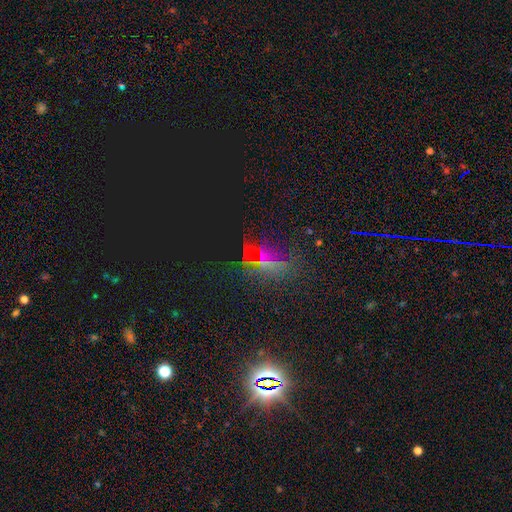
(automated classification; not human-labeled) smooth_or_featured: star or artifact (p=0.62) [alt: smooth p=0.20]